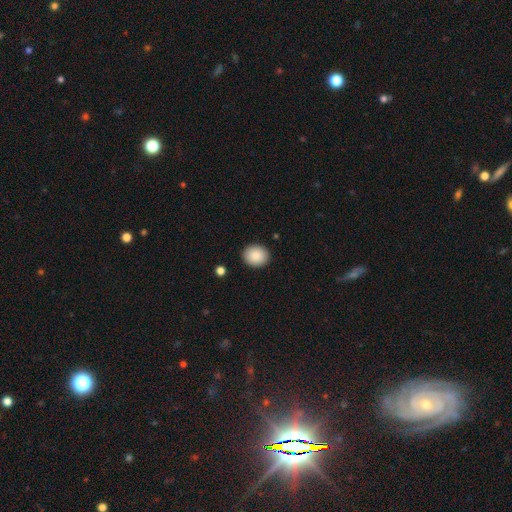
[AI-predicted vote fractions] This appears to be a smooth galaxy with no disk features (89%) that is round (67%). Merging: none (91%).